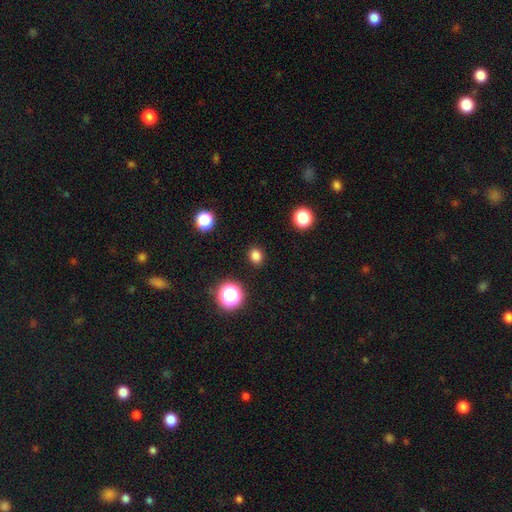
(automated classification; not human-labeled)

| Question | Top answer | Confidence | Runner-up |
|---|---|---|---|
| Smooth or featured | smooth | 81% | star or artifact (15%) |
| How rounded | round | 66% | in between (33%) |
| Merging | none | 90% | minor disturbance (7%) |